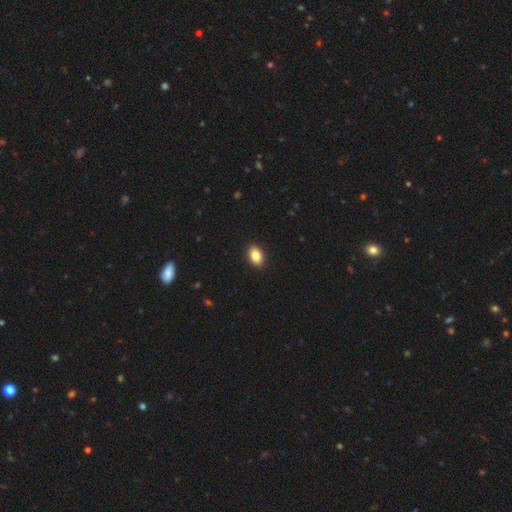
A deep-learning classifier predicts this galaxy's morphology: Overall: smooth (85%). How rounded: in between (84%). Merging: none (91%).